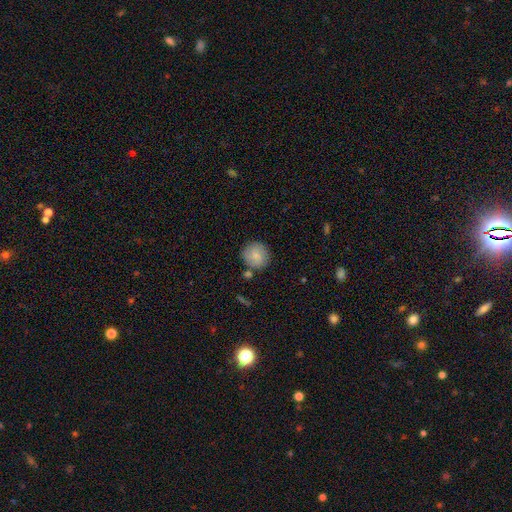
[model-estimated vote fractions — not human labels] Overall: smooth (78%). How rounded: round (91%). Merging: none (77%).